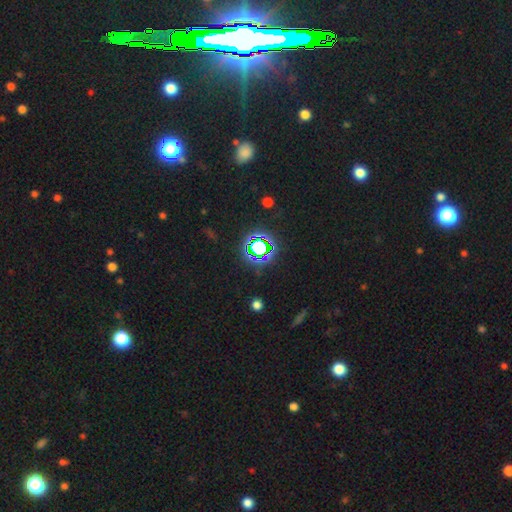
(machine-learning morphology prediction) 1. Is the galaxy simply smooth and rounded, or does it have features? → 79% star or artifact, 13% smooth, 8% featured or disk.